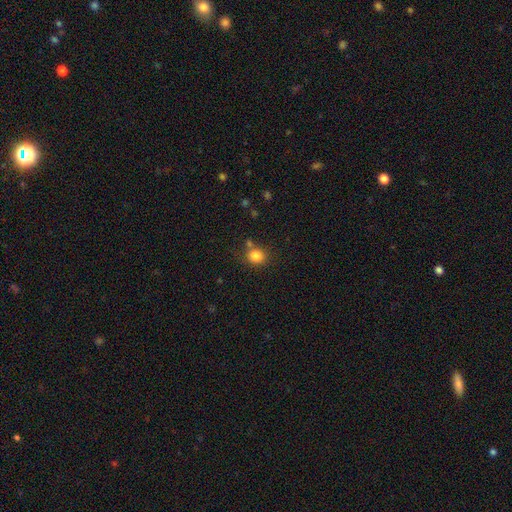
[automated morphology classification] Q: Smooth or featured?
A: smooth (83%); runner-up: star or artifact (11%)
Q: How rounded?
A: round (77%); runner-up: in between (22%)
Q: Merging?
A: none (70%); runner-up: minor disturbance (13%)